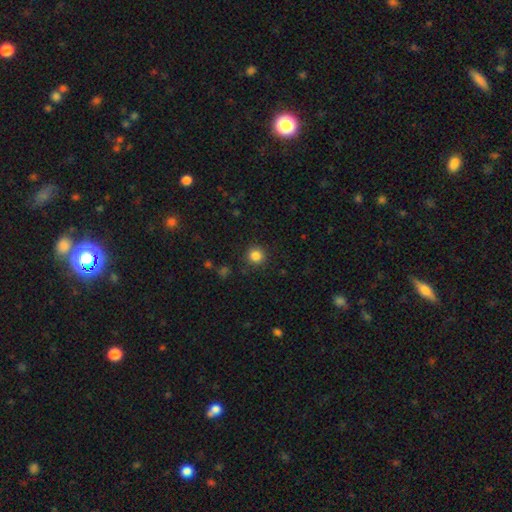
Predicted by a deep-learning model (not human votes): Smooth or featured?
  - smooth: 84% *
  - star or artifact: 12%
  - featured or disk: 4%
How rounded?
  - round: 94% *
  - in between: 5%
  - cigar-shaped: 1%
Merging?
  - none: 90% *
  - minor disturbance: 6%
  - major disturbance: 2%
  - merger: 1%